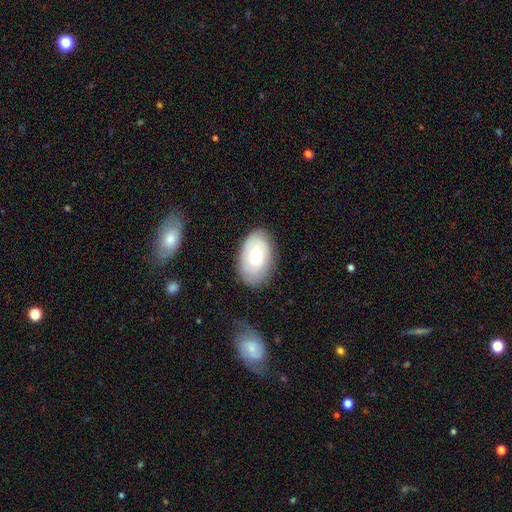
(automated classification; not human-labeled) Smooth or featured? smooth (51%)
How rounded? in between (89%)
Merging? none (79%)